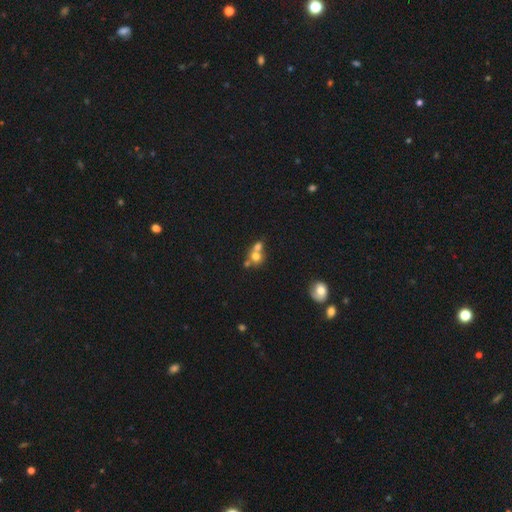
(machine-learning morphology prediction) Smooth or featured: smooth — 68% (featured or disk — 19%)
How rounded: round — 77% (in between — 21%)
Merging: merger — 60% (none — 31%)